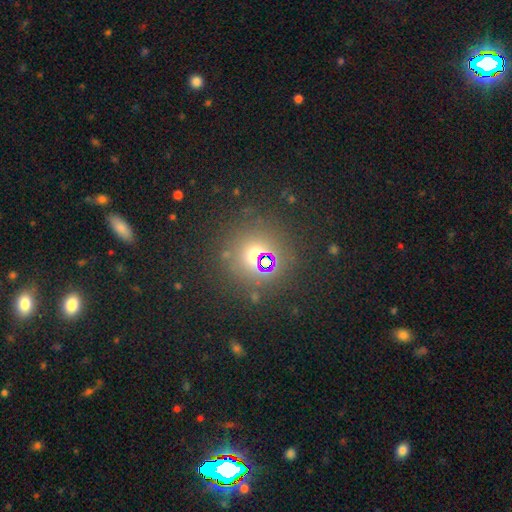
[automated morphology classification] smooth_or_featured: star or artifact (p=0.51) [alt: smooth p=0.39]